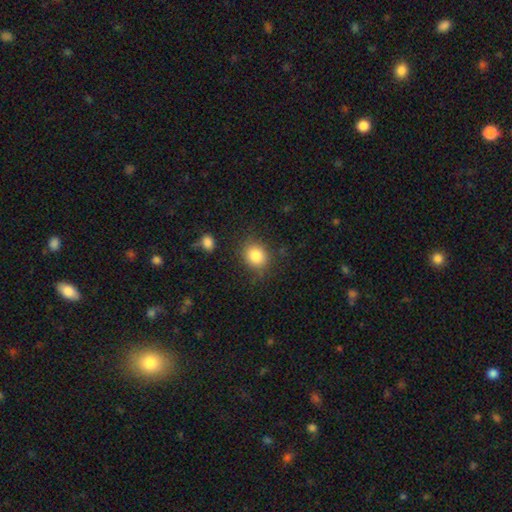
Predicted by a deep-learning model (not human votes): The model was most divided on "how rounded": round: 64%, in between: 35%, cigar-shaped: 1%. More confident: smooth or featured — smooth (84%); merging — none (80%).